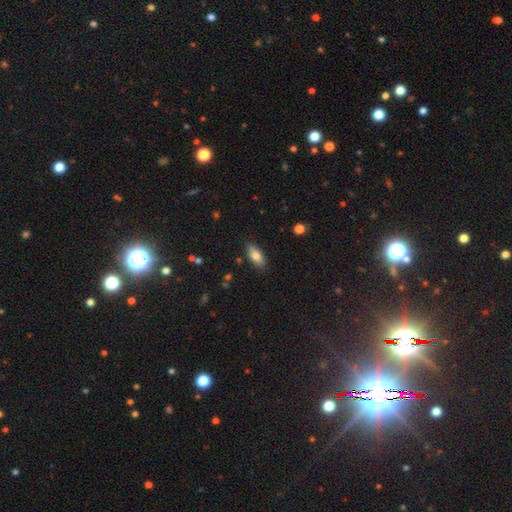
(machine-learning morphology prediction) smooth-or-featured: smooth: 78% | featured or disk: 15% | star or artifact: 7%
  how-rounded: in between: 82% | cigar-shaped: 16% | round: 2%
  merging: none: 86% | minor disturbance: 11% | major disturbance: 2% | merger: 1%